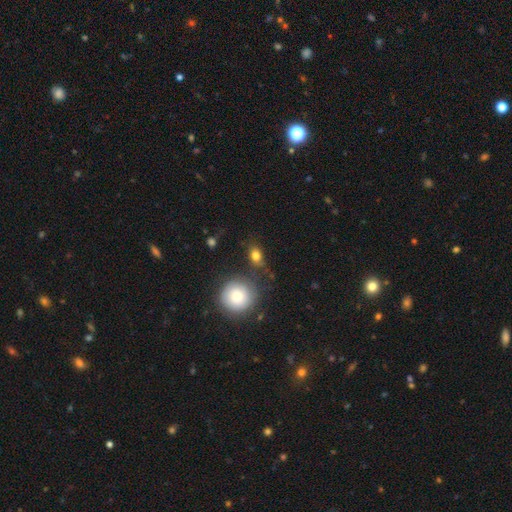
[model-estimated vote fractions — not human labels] This appears to be a smooth galaxy with no disk features (80%) that is in between round and cigar-shaped (61%). Merging: none (66%).